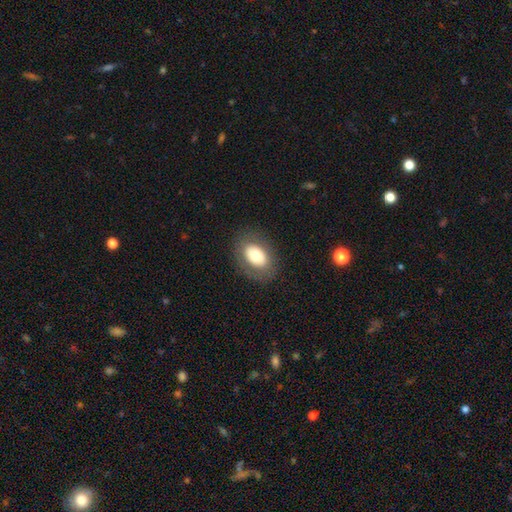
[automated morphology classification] The model was most divided on "smooth or featured": smooth: 69%, featured or disk: 23%, star or artifact: 8%. More confident: merging — none (84%); how rounded — in between (80%).